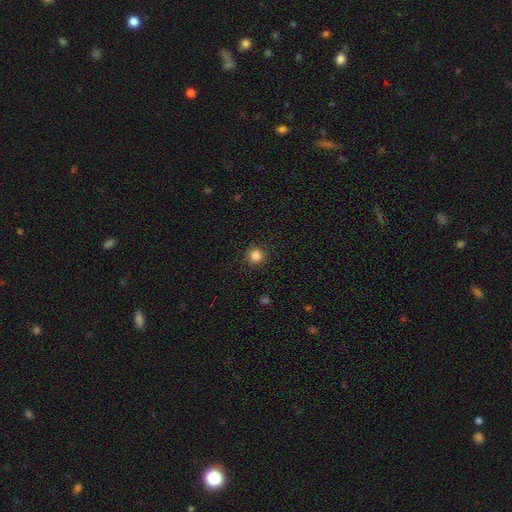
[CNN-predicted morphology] smooth_or_featured: smooth (p=0.85) [alt: star or artifact p=0.11]
how_rounded: round (p=0.94) [alt: in between p=0.05]
merging: none (p=0.91) [alt: minor disturbance p=0.06]